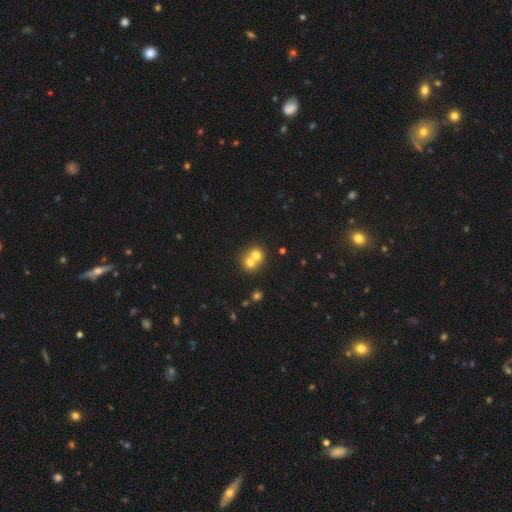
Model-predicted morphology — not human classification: This is likely a smooth galaxy (69%). How rounded: likely round (79%). Merging: likely merger (66%).